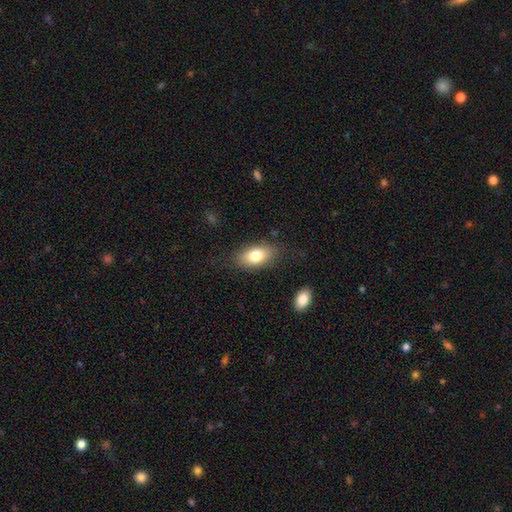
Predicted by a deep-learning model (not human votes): This appears to be a smooth galaxy with no disk features (78%) that is in between round and cigar-shaped (89%). Merging: none (79%).